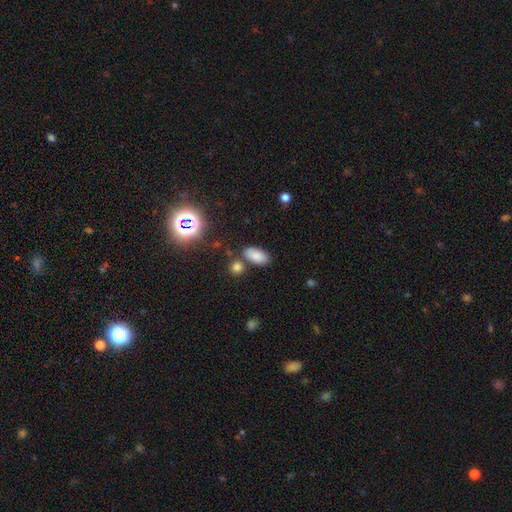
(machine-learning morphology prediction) smooth_or_featured: smooth (p=0.80) [alt: star or artifact p=0.13]
how_rounded: in between (p=0.92) [alt: round p=0.05]
merging: none (p=0.74) [alt: minor disturbance p=0.12]